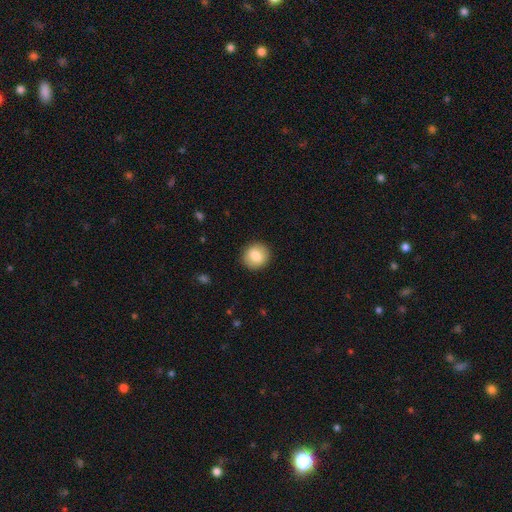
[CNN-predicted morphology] Smooth or featured: smooth — 80% (featured or disk — 12%)
How rounded: round — 86% (in between — 13%)
Merging: none — 90% (minor disturbance — 7%)